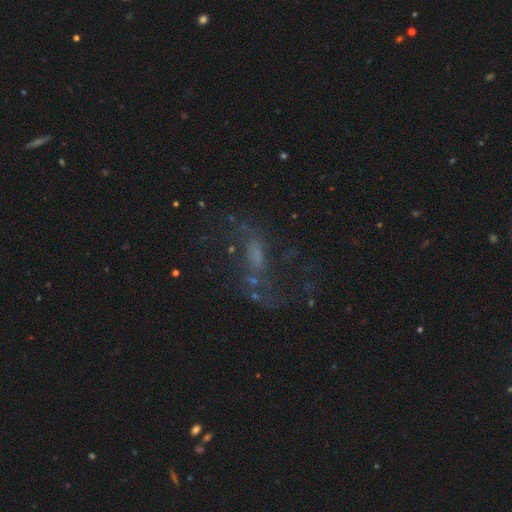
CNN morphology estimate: featured or disk 67%, star or artifact 18%, smooth 15%. Down the decision tree: edge-on disk — no (91%); bar — weak (43%); spiral arms — yes (76%); bulge size — none (36%); merging — none (56%).